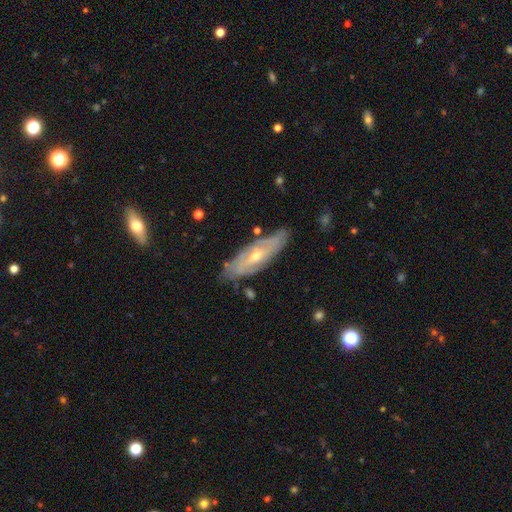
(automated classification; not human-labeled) Q: Smooth or featured?
A: featured or disk (70%); runner-up: smooth (24%)
Q: Edge-on disk?
A: no (74%); runner-up: yes (26%)
Q: Bar?
A: no (56%); runner-up: weak (35%)
Q: Spiral arms?
A: yes (72%); runner-up: no (28%)
Q: Bulge size?
A: small (52%); runner-up: moderate (45%)
Q: Merging?
A: none (74%); runner-up: minor disturbance (20%)